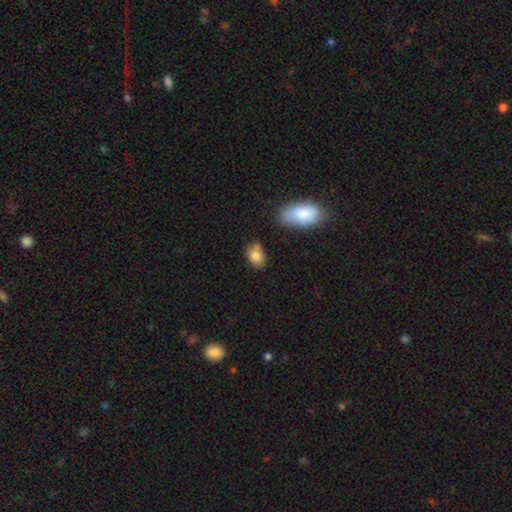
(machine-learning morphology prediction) smooth-or-featured: smooth: 81% | featured or disk: 10% | star or artifact: 9%
  how-rounded: in between: 81% | round: 17% | cigar-shaped: 2%
  merging: none: 59% | minor disturbance: 27% | merger: 8% | major disturbance: 6%